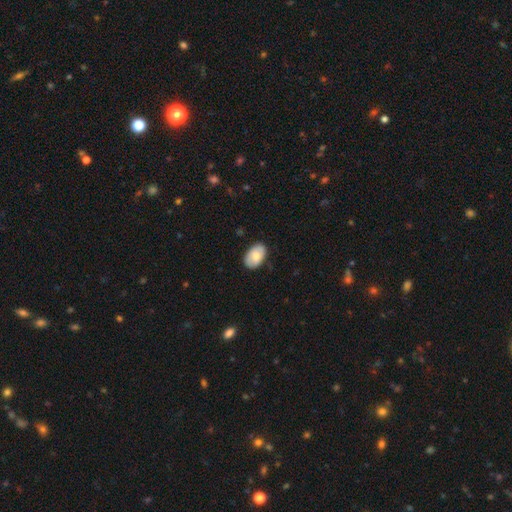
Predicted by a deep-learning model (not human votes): Morphology: type=smooth (76%); roundness=in between (91%); merging=none (83%).